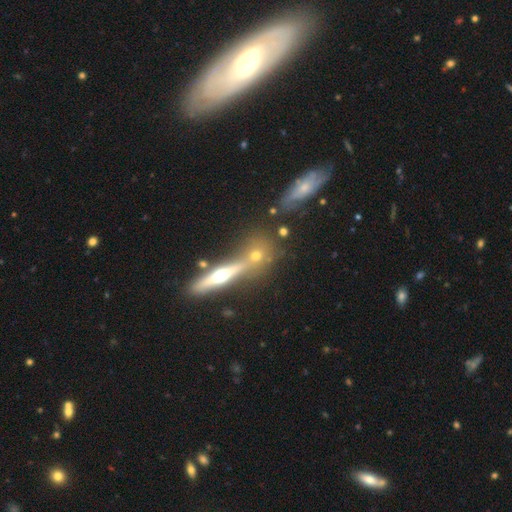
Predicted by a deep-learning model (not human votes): This is possibly a smooth galaxy (48%). Merging: possibly none (57%).